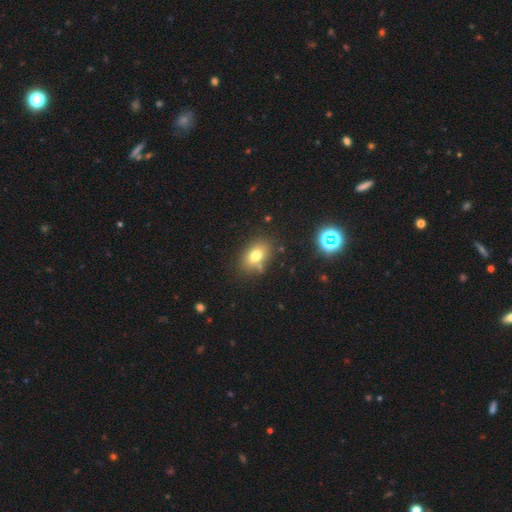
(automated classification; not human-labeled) The model was most divided on "how rounded": in between: 78%, round: 21%, cigar-shaped: 2%. More confident: smooth or featured — smooth (75%); merging — none (75%).